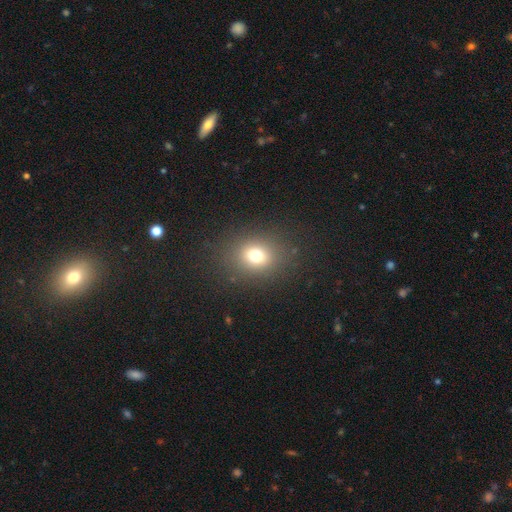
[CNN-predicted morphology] This appears to be a smooth galaxy with no disk features (73%) that is round (63%). Merging: none (85%).